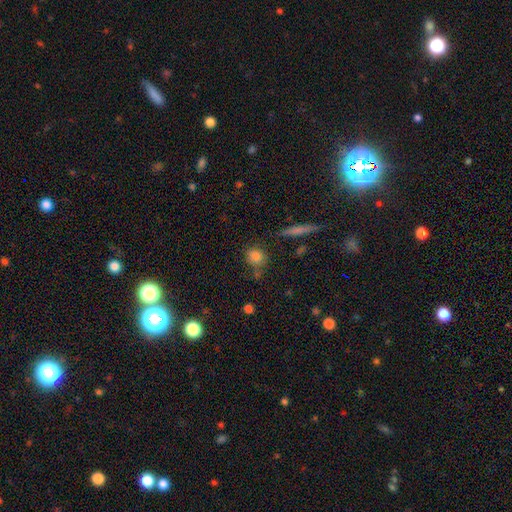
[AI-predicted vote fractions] Smooth or featured: smooth — 81% (star or artifact — 11%)
How rounded: round — 67% (in between — 29%)
Merging: none — 69% (minor disturbance — 17%)